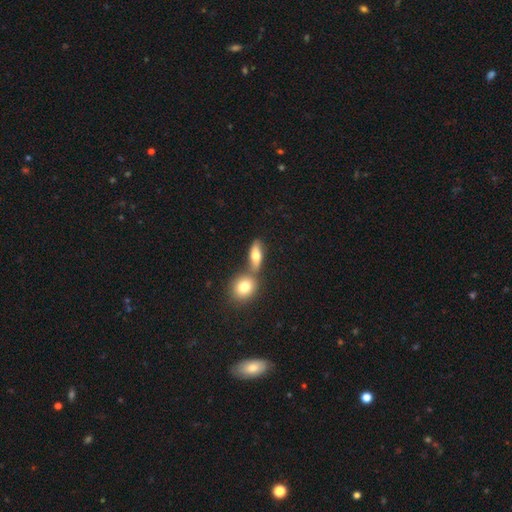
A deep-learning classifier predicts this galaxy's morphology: smooth-or-featured: smooth: 70% | featured or disk: 22% | star or artifact: 8%
  how-rounded: in between: 70% | cigar-shaped: 17% | round: 12%
  merging: none: 51% | merger: 36% | minor disturbance: 10% | major disturbance: 4%